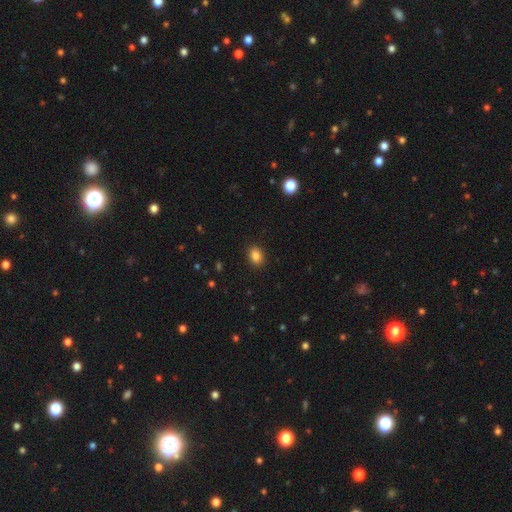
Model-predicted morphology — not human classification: A smooth galaxy with no disk features (85%) that is in between round and cigar-shaped (63%).

Vote fractions:
- Smooth or featured? smooth: 85% / star or artifact: 10% / featured or disk: 5%
- How rounded? in between: 63% / round: 36% / cigar-shaped: 1%
- Merging? none: 89% / minor disturbance: 7% / major disturbance: 2% / merger: 1%